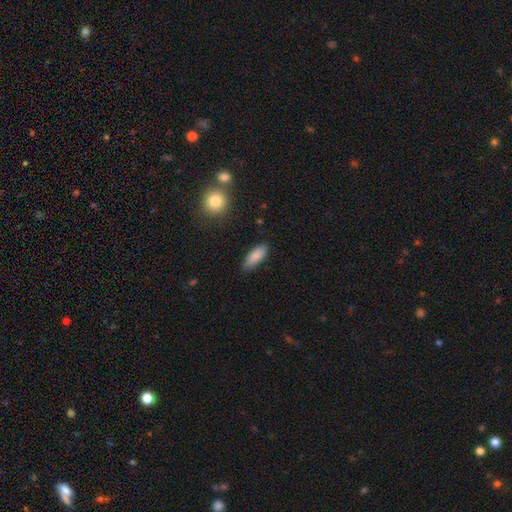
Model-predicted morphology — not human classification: This appears to be a smooth galaxy with no disk features (86%) that is in between round and cigar-shaped (74%). Merging: none (82%).